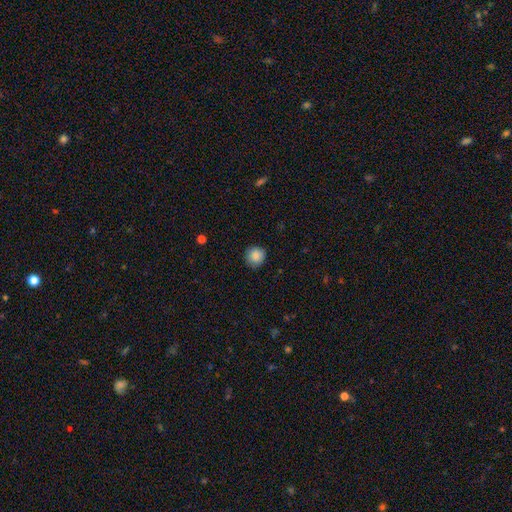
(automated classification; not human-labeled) This is clearly a smooth galaxy (87%). How rounded: clearly round (93%). Merging: clearly none (88%).